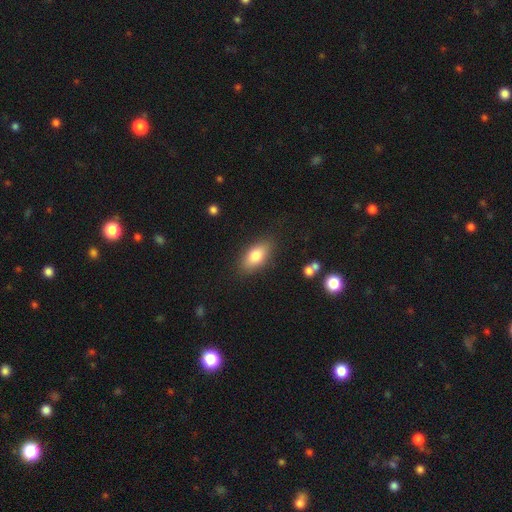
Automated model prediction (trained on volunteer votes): Smooth or featured? Predicted: smooth (p=0.79). How rounded? Predicted: in between (p=0.86). Merging? Predicted: none (p=0.84).